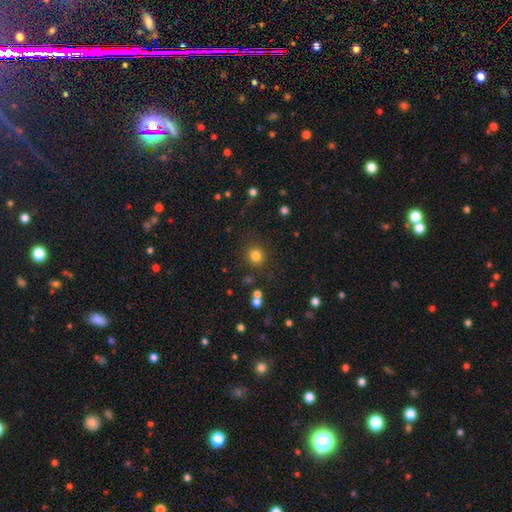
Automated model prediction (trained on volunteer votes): Morphology: type=smooth (81%); roundness=round (90%); merging=none (85%).